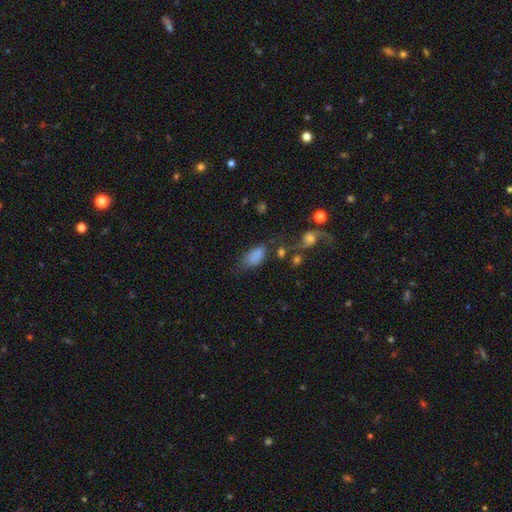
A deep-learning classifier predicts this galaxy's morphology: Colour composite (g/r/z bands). It shows a smooth galaxy with no disk features (80%) that is in between round and cigar-shaped (91%). Merging: none (47%).